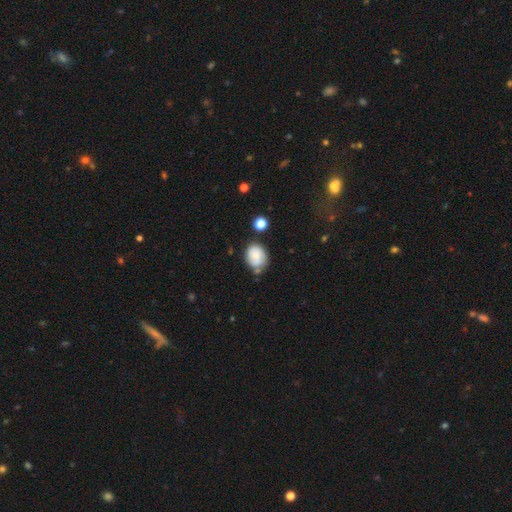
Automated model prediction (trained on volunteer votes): A smooth galaxy with no disk features (64%) that is in between round and cigar-shaped (52%). Merging: none (58%).